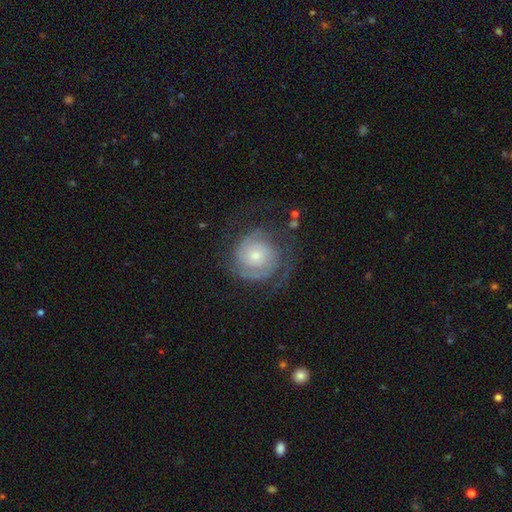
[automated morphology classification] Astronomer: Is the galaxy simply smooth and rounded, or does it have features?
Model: featured or disk — 78%.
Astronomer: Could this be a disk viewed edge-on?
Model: no — 98%.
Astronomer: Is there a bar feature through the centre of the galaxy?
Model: no — 77%.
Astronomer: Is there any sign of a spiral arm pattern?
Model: yes — 94%.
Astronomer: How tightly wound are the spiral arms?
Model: tight — 66%.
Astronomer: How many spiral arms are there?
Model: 2 — 47% (runner-up: can't tell, 26%).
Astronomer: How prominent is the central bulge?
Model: small — 58% (runner-up: moderate, 35%).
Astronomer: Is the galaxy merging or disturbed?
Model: none — 67%.